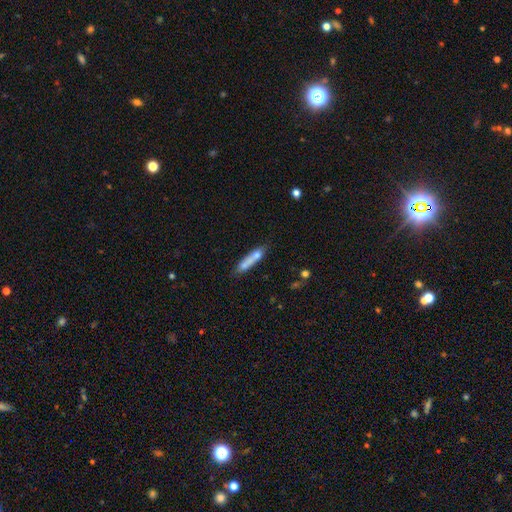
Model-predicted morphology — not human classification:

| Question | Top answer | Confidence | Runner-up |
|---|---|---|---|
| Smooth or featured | smooth | 66% | featured or disk (25%) |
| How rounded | cigar-shaped | 82% | in between (15%) |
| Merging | none | 49% | merger (24%) |